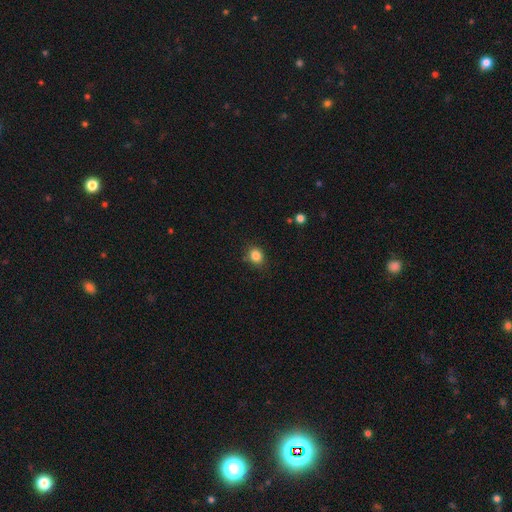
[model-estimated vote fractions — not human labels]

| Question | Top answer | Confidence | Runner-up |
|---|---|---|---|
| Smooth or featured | smooth | 84% | star or artifact (11%) |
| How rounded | round | 60% | in between (39%) |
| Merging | none | 80% | minor disturbance (15%) |